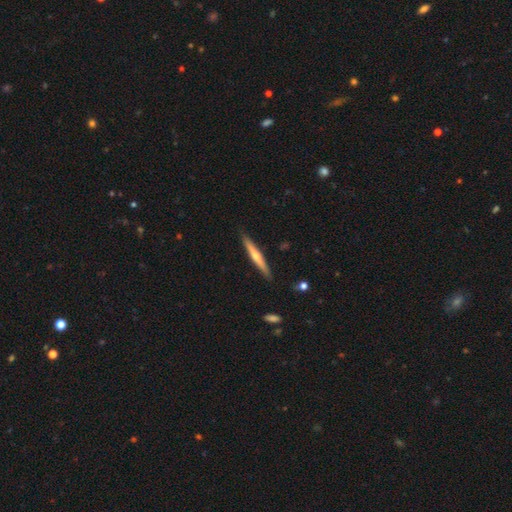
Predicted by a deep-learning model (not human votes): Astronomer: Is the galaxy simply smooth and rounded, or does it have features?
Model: featured or disk — 60%.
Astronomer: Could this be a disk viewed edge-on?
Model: yes — 97%.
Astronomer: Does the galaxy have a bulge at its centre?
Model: rounded — 78%.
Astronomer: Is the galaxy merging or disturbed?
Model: none — 90%.